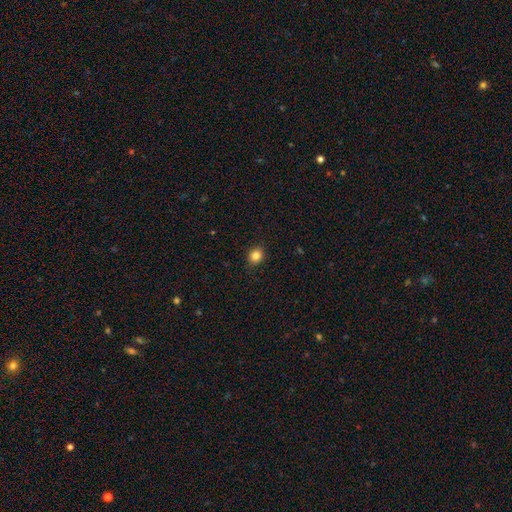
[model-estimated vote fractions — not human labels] smooth_or_featured: smooth (p=0.84) [alt: star or artifact p=0.11]
how_rounded: round (p=0.75) [alt: in between p=0.24]
merging: none (p=0.90) [alt: minor disturbance p=0.07]